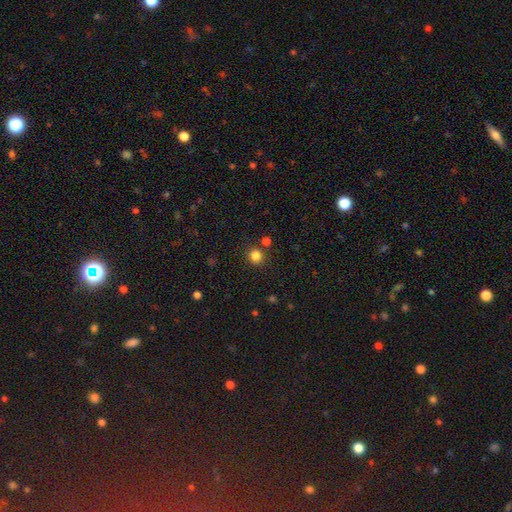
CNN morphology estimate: A smooth galaxy with no disk features (83%) that is round (90%).

Vote fractions:
- Smooth or featured? smooth: 83% / star or artifact: 13% / featured or disk: 4%
- How rounded? round: 90% / in between: 9% / cigar-shaped: 1%
- Merging? none: 84% / minor disturbance: 7% / merger: 7% / major disturbance: 3%